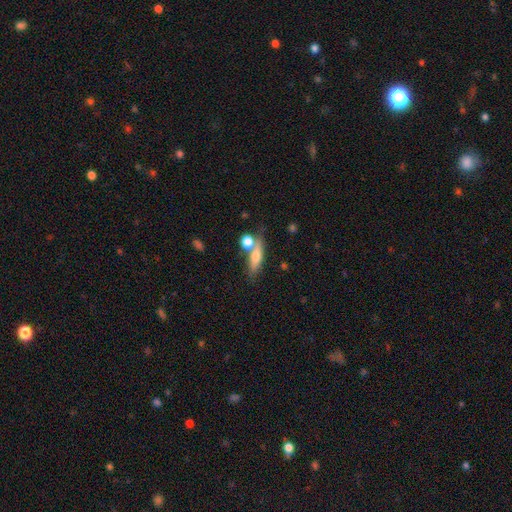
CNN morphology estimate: Smooth or featured? Predicted: smooth (p=0.58). How rounded? Predicted: cigar-shaped (p=0.56). Merging? Predicted: none (p=0.59).